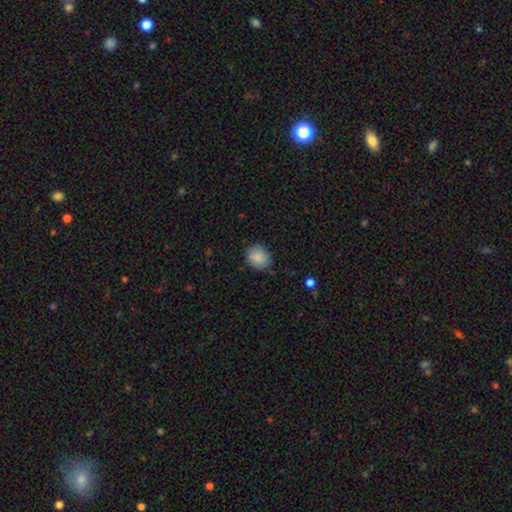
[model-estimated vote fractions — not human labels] smooth_or_featured: smooth (p=0.88) [alt: star or artifact p=0.08]
how_rounded: round (p=0.70) [alt: in between p=0.29]
merging: none (p=0.82) [alt: minor disturbance p=0.14]